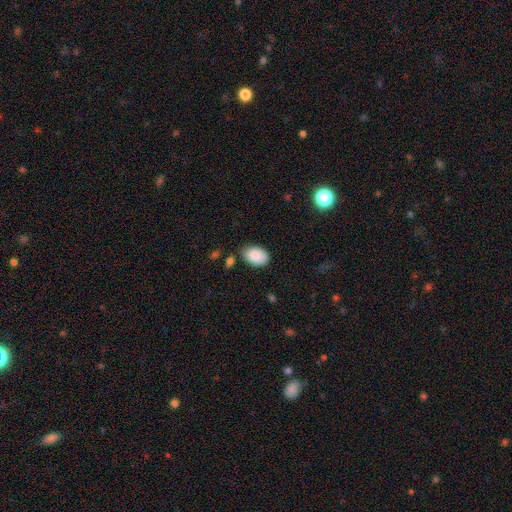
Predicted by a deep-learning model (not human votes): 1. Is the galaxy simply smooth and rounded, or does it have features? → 87% smooth, 7% star or artifact, 6% featured or disk.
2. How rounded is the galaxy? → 87% in between, 12% round, 1% cigar-shaped.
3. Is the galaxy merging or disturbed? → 75% none, 18% minor disturbance, 4% major disturbance, 3% merger.